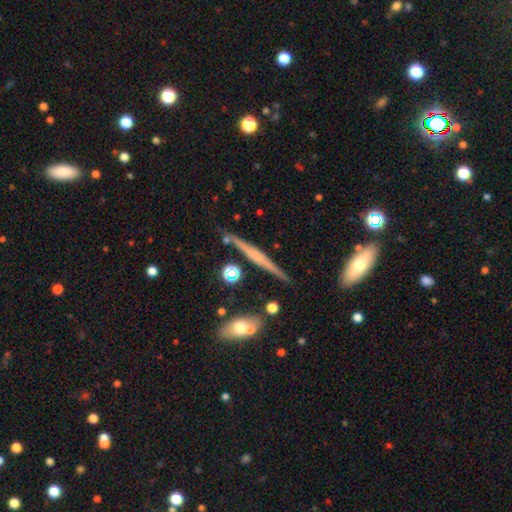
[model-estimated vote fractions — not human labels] This appears to be a featured or disk galaxy (67%) viewed edge-on (97%) with no central bulge (44%). Merging: none (83%).